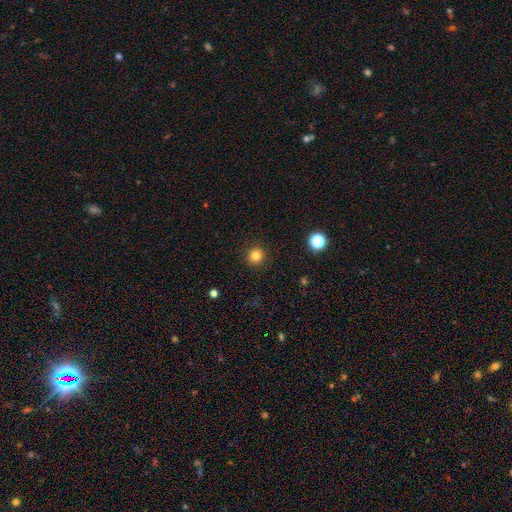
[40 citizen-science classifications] Smooth or featured? 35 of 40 (88%) said smooth. How rounded? 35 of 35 (100%) said round. Merging? 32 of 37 (86%) said none.